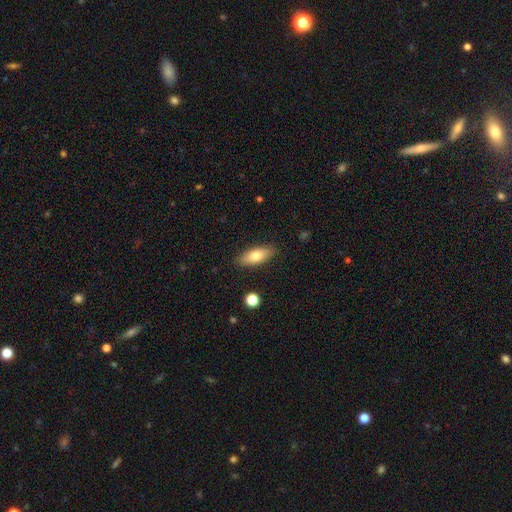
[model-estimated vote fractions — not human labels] Smooth or featured? Predicted: smooth (p=0.74). How rounded? Predicted: in between (p=0.73). Merging? Predicted: none (p=0.87).